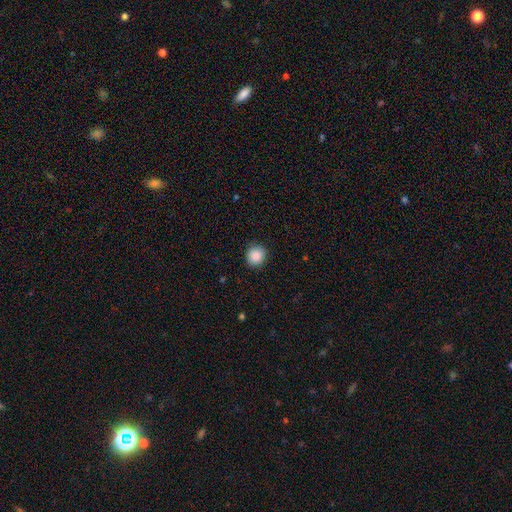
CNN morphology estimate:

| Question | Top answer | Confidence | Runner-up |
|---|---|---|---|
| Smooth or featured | smooth | 88% | star or artifact (8%) |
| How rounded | round | 88% | in between (11%) |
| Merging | none | 90% | minor disturbance (7%) |